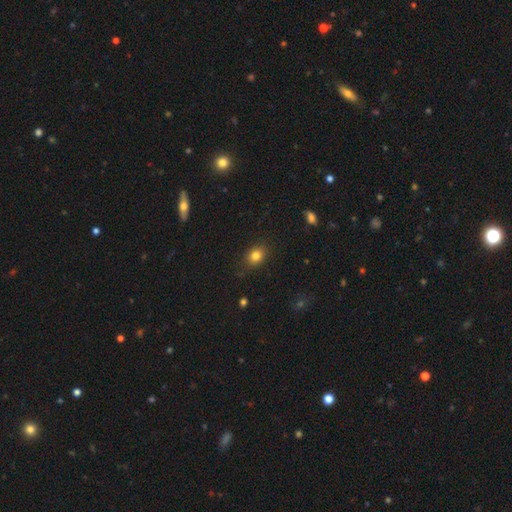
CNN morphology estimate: This is clearly a smooth galaxy (82%). How rounded: possibly in between (53%). Merging: clearly none (82%).